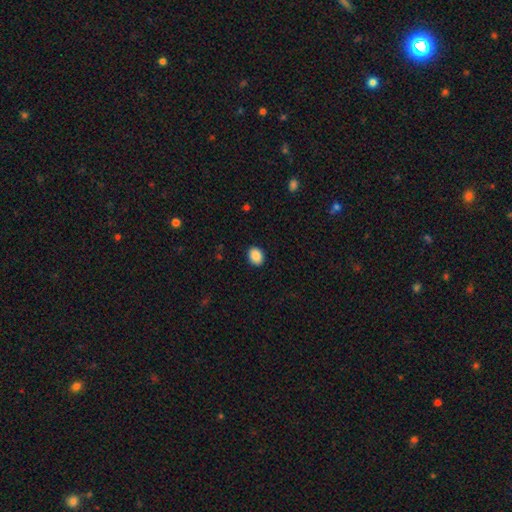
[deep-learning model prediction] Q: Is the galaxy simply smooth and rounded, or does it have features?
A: smooth — 90%.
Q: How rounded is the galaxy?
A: in between — 63%.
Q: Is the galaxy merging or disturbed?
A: none — 89%.